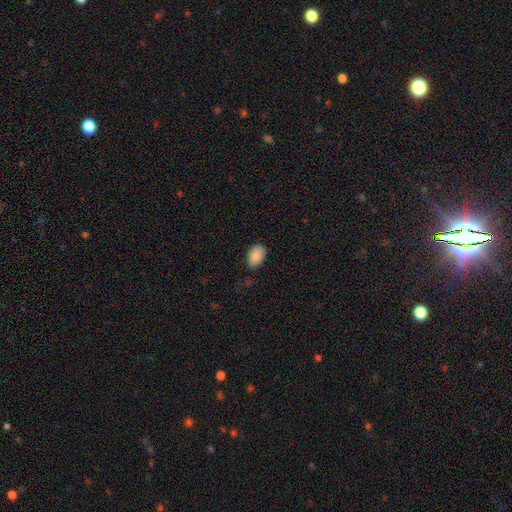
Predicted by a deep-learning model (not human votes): Overall: smooth (88%). How rounded: in between (88%). Merging: none (79%).